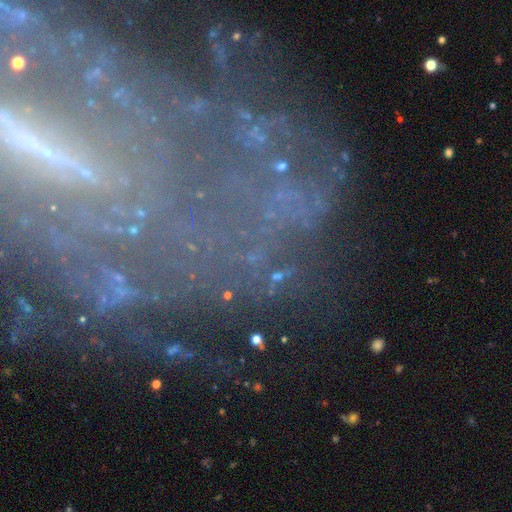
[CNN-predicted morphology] This appears to be a star or artifact, not a galaxy (61%).